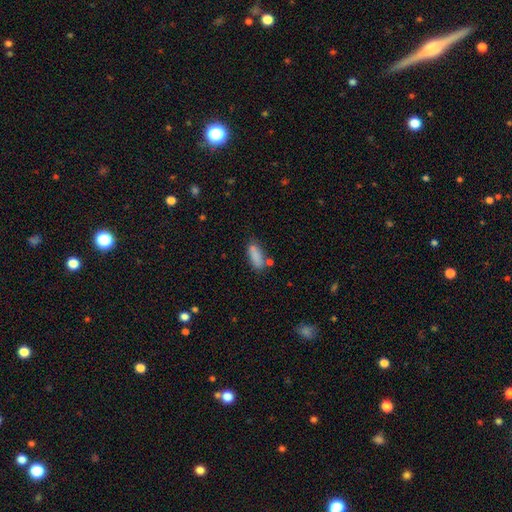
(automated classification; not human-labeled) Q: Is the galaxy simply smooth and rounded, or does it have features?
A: smooth — 85%.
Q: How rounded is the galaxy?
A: in between — 65%.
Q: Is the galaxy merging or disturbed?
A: none — 66%.